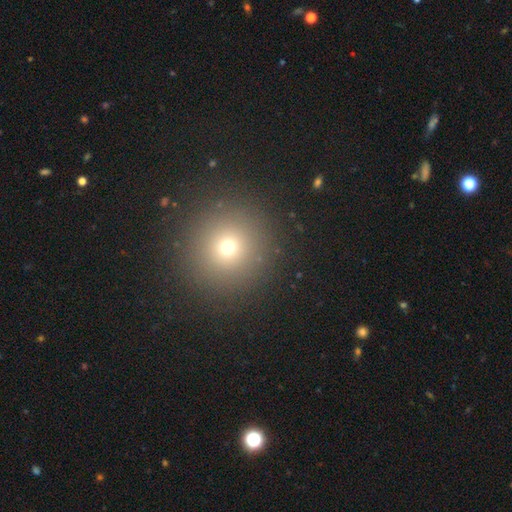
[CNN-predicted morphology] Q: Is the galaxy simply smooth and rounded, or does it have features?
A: smooth — 65%.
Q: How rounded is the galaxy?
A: round — 95%.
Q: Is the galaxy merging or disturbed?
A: none — 93%.